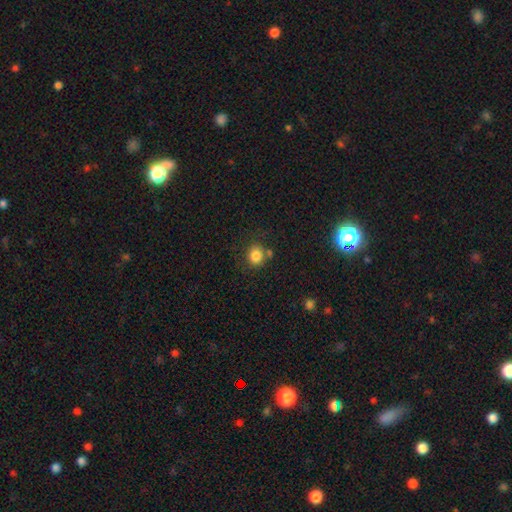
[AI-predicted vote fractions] Smooth or featured? smooth (83%)
How rounded? round (78%)
Merging? none (71%)